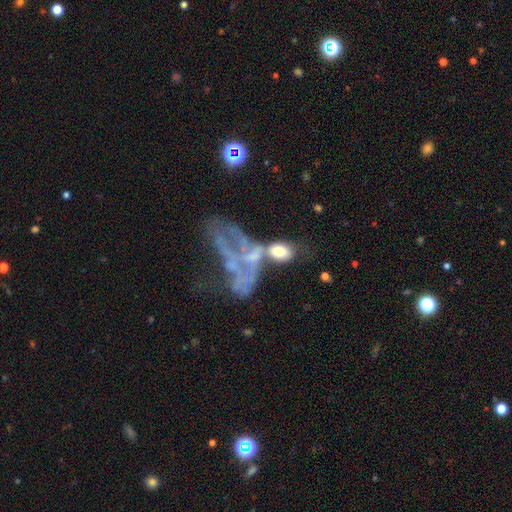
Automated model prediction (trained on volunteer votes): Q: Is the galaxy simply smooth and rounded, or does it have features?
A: featured or disk — 58%.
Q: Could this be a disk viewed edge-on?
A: no — 90%.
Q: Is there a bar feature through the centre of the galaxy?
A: no — 84%.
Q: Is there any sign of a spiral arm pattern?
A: no — 79%.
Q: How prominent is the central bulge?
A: none — 60%.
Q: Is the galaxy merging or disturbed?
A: major disturbance — 36%.